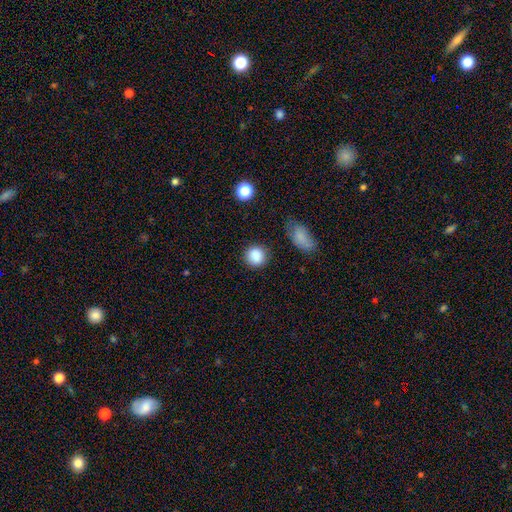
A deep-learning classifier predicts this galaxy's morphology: The model was most divided on "merging": none: 84%, minor disturbance: 10%, major disturbance: 4%, merger: 3%. More confident: how rounded — round (88%); smooth or featured — smooth (87%).